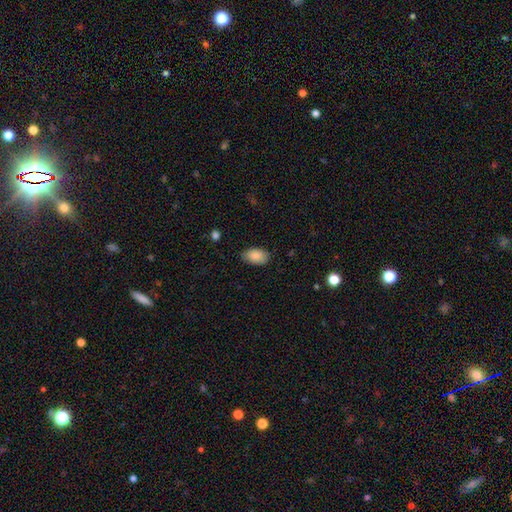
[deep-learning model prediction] A smooth galaxy with no disk features (87%) that is in between round and cigar-shaped (92%). Merging: none (79%).